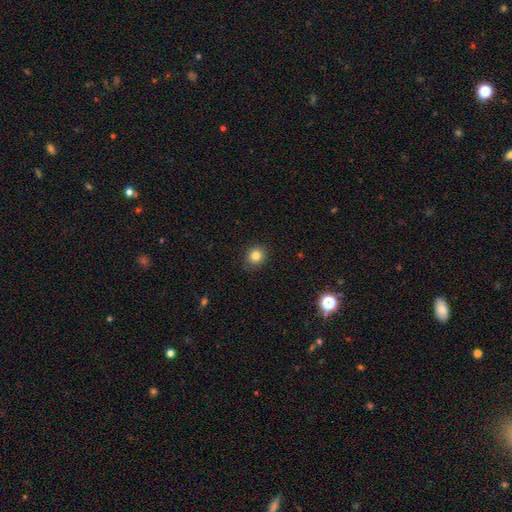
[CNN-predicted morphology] This is clearly a smooth galaxy (82%). How rounded: clearly round (88%). Merging: clearly none (89%).